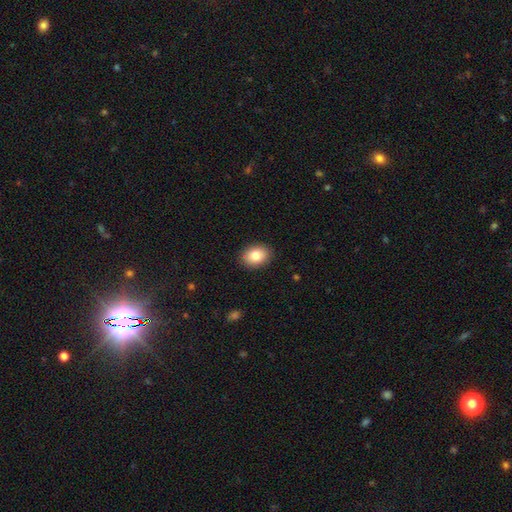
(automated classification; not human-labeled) Smooth or featured?
  - smooth: 83% *
  - featured or disk: 8%
  - star or artifact: 8%
How rounded?
  - in between: 66% *
  - round: 33%
  - cigar-shaped: 1%
Merging?
  - none: 89% *
  - minor disturbance: 8%
  - major disturbance: 2%
  - merger: 1%